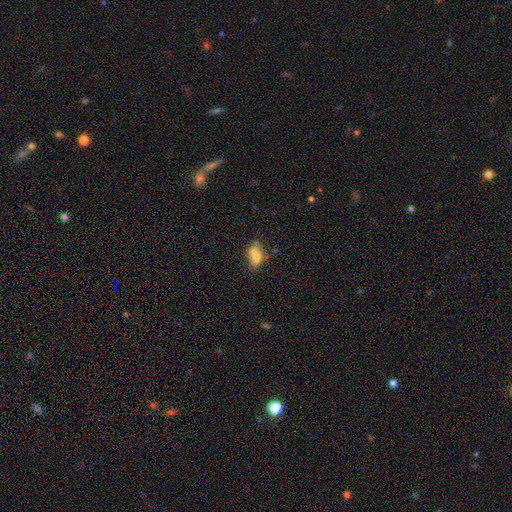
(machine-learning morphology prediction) A smooth galaxy with no disk features (66%) that is in between round and cigar-shaped (78%).

Vote fractions:
- Smooth or featured? smooth: 66% / featured or disk: 23% / star or artifact: 11%
- How rounded? in between: 78% / round: 17% / cigar-shaped: 4%
- Merging? merger: 40% / none: 35% / minor disturbance: 17% / major disturbance: 9%